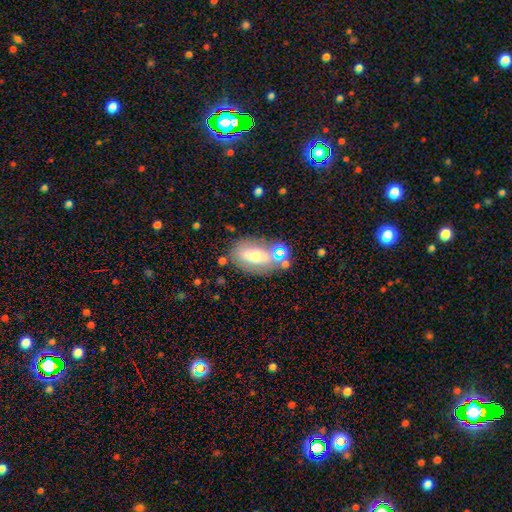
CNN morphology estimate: This is possibly a smooth galaxy (57%). How rounded: clearly in between (85%). Merging: possibly none (59%).